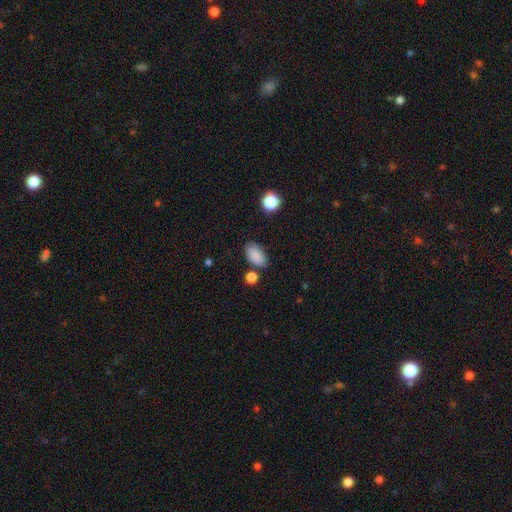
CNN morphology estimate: This appears to be a smooth galaxy with no disk features (87%) that is in between round and cigar-shaped (92%). Merging: none (77%).